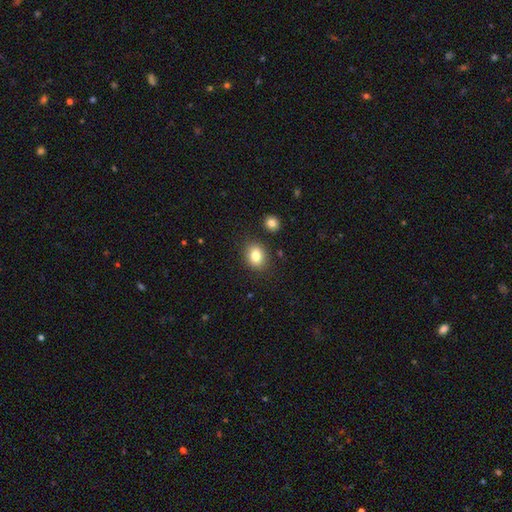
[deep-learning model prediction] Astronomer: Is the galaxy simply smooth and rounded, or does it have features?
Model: smooth — 83%.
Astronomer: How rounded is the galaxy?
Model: in between — 51% (runner-up: round, 48%).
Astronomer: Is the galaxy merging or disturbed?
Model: none — 85%.